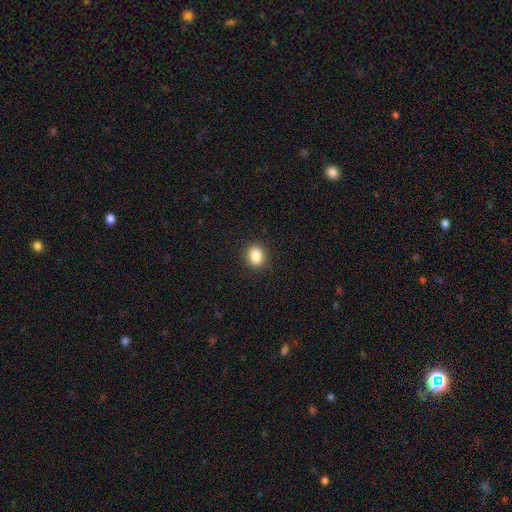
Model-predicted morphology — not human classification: Q: Smooth or featured?
A: smooth (86%); runner-up: star or artifact (9%)
Q: How rounded?
A: in between (53%); runner-up: round (45%)
Q: Merging?
A: none (89%); runner-up: minor disturbance (8%)